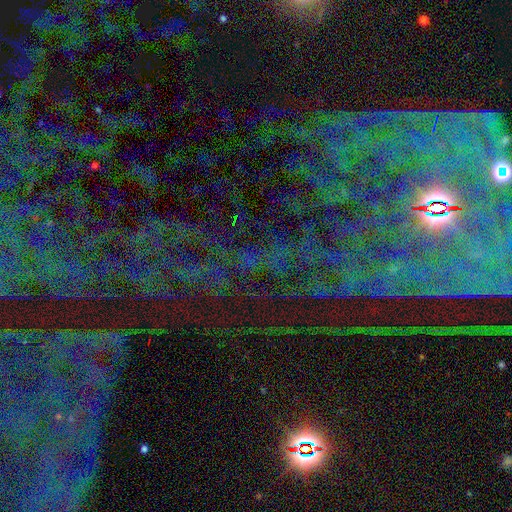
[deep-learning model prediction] smooth-or-featured: star or artifact: 76% | featured or disk: 15% | smooth: 9%